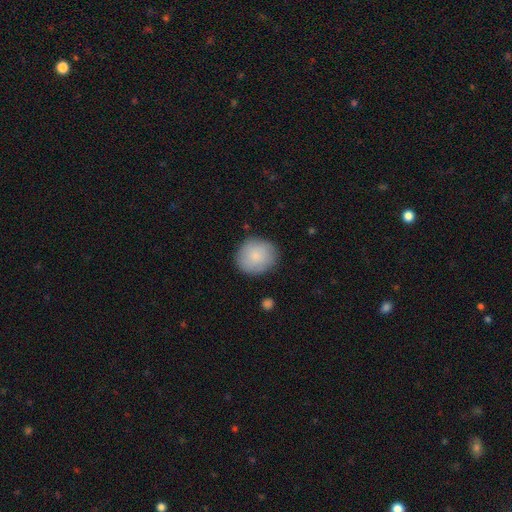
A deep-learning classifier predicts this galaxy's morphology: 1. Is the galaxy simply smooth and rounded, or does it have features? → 84% smooth, 10% featured or disk, 6% star or artifact.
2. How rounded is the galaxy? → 82% round, 18% in between, 1% cigar-shaped.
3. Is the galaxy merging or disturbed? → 83% none, 13% minor disturbance, 3% major disturbance, 1% merger.